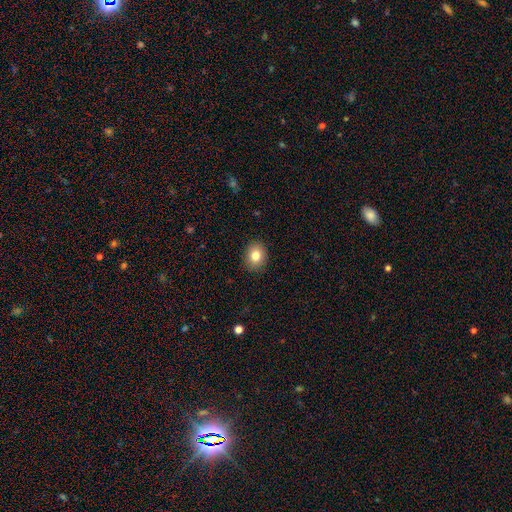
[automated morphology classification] Overall: smooth (83%). How rounded: in between (51%; round 49%). Merging: none (90%).